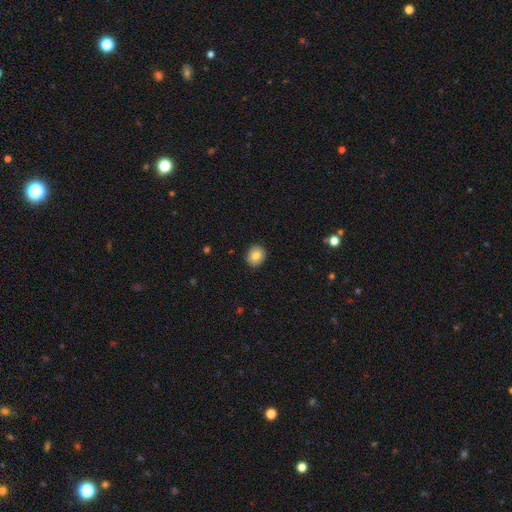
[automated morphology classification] smooth-or-featured: smooth: 83% | star or artifact: 9% | featured or disk: 8%
  how-rounded: round: 74% | in between: 26% | cigar-shaped: 1%
  merging: none: 90% | minor disturbance: 7% | major disturbance: 2% | merger: 1%